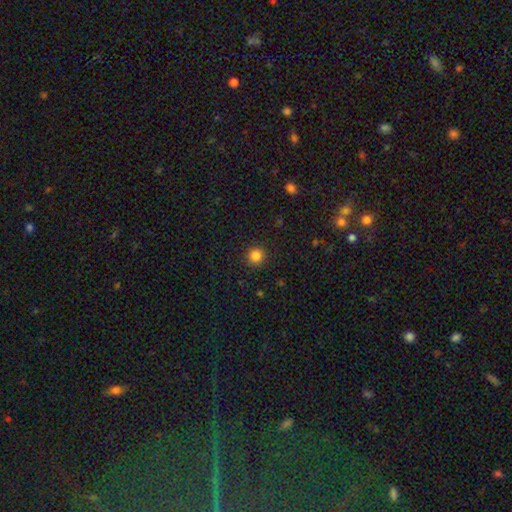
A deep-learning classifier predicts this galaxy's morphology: smooth 84%, star or artifact 12%, featured or disk 4%. Down the decision tree: how rounded — round (94%); merging — none (92%).